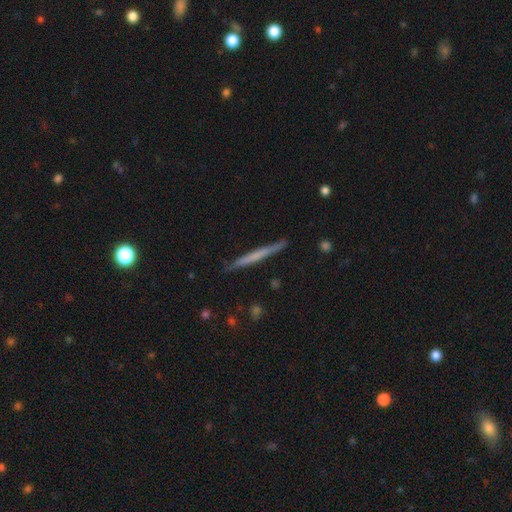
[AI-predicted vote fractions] The model was most divided on "smooth or featured": featured or disk: 48%, smooth: 47%, star or artifact: 6%. More confident: merging — none (89%).